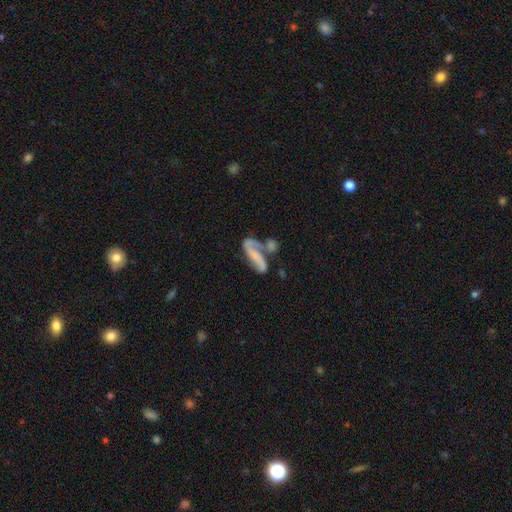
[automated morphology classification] Smooth or featured: featured or disk — 61% (smooth — 30%)
Edge-on disk: no — 88% (yes — 12%)
Bar: no — 46% (weak — 27%)
Spiral arms: yes — 79% (no — 21%)
Bulge size: none — 53% (small — 28%)
Merging: merger — 41% (none — 29%)